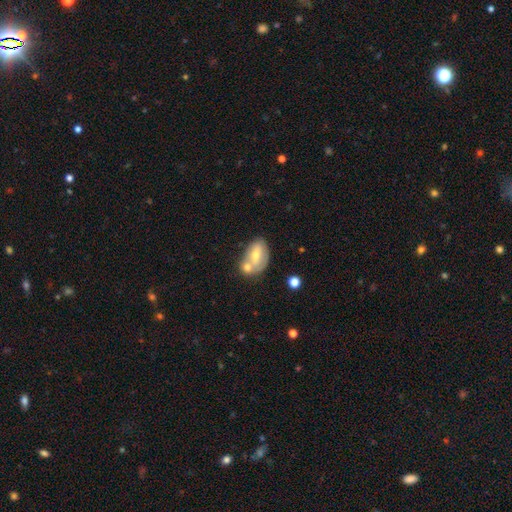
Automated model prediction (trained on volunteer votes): Overall: smooth (55%; featured or disk 38%). How rounded: in between (86%). Merging: merger (47%; none 33%).